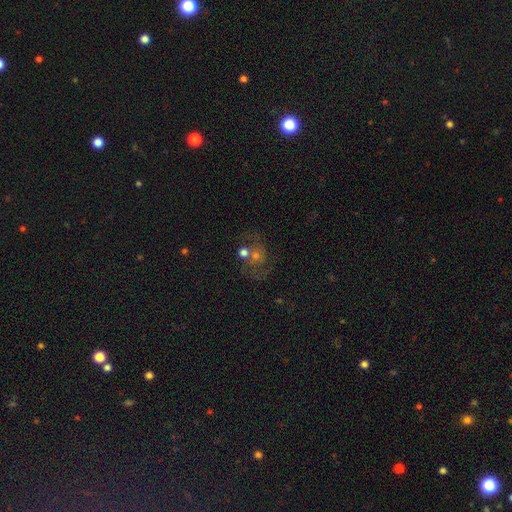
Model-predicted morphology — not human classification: Smooth or featured? Predicted: featured or disk (p=0.57). Edge-on disk? Predicted: no (p=0.97). Bar? Predicted: no (p=0.75). Spiral arms? Predicted: yes (p=0.77). Bulge size? Predicted: moderate (p=0.47). Merging? Predicted: none (p=0.49).